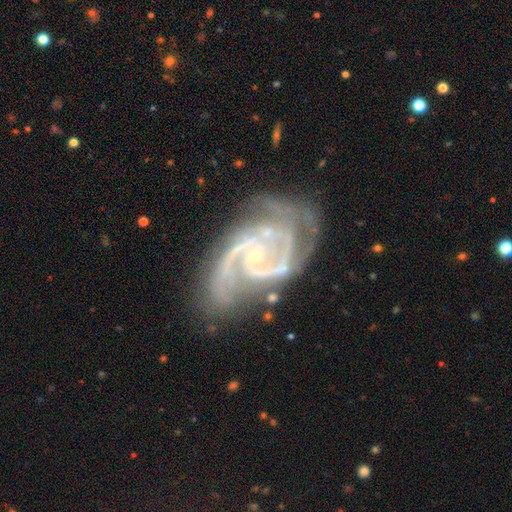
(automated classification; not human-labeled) This appears to be a featured or disk galaxy (92%) with no bar (59%), 2 (58%) medium (55%) spiral arms (98%) and a small central bulge (84%). Merging: none (60%).